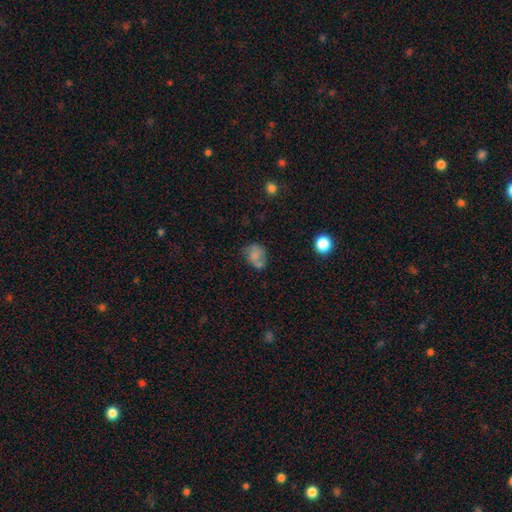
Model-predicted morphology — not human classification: Q: Smooth or featured?
A: smooth (62%); runner-up: featured or disk (26%)
Q: How rounded?
A: in between (50%); runner-up: round (48%)
Q: Merging?
A: none (45%); runner-up: minor disturbance (25%)